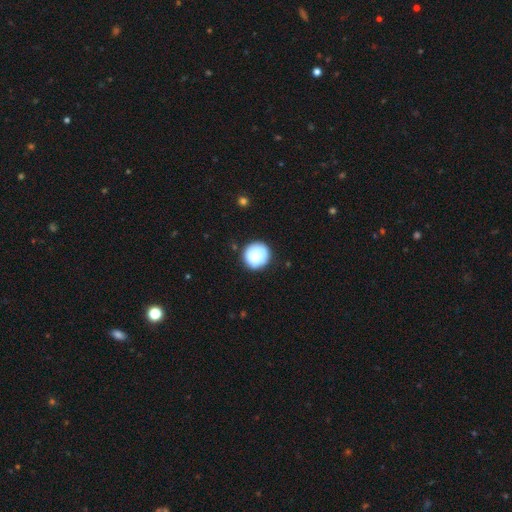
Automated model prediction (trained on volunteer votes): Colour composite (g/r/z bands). It shows a smooth galaxy with no disk features (78%) that is round (94%). Merging: none (85%).